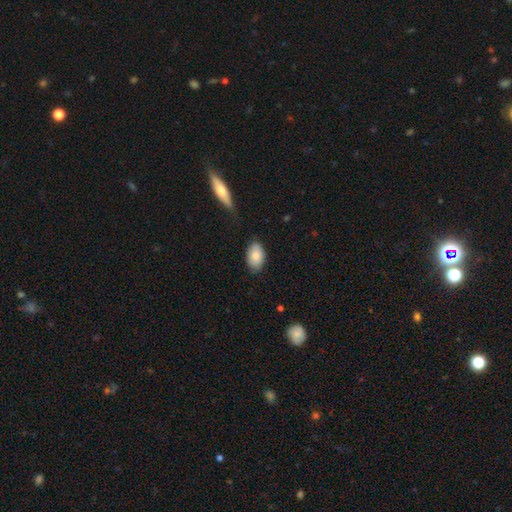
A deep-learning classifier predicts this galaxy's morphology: Smooth or featured? smooth (83%)
How rounded? in between (92%)
Merging? none (81%)